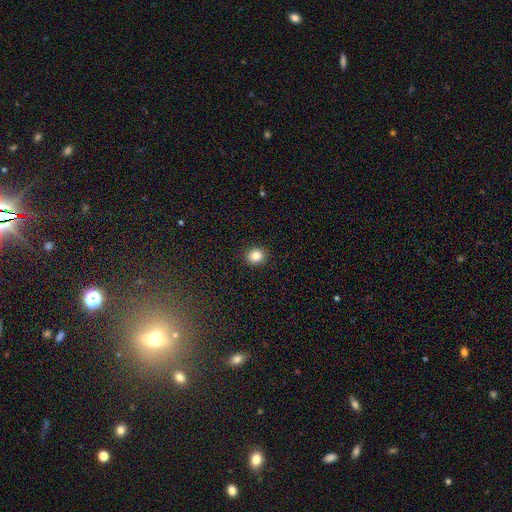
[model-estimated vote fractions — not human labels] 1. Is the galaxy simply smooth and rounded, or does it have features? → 86% smooth, 10% star or artifact, 4% featured or disk.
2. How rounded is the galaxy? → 78% round, 21% in between, 1% cigar-shaped.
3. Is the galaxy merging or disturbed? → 91% none, 6% minor disturbance, 2% major disturbance, 1% merger.